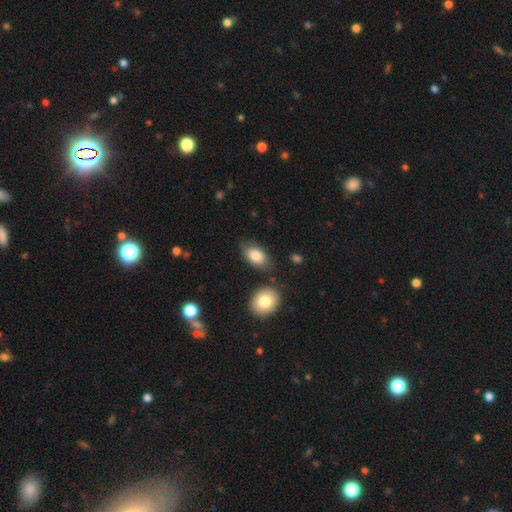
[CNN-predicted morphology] type=smooth (83%); roundness=in between (90%); merging=none (72%).